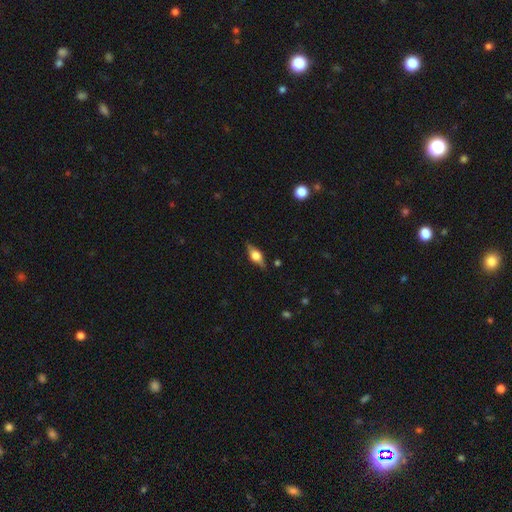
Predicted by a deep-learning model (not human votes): Smooth or featured: featured or disk — 59% (smooth — 33%)
Edge-on disk: yes — 94% (no — 6%)
Edge-on bulge: rounded — 92% (boxy — 7%)
Merging: none — 85% (minor disturbance — 11%)